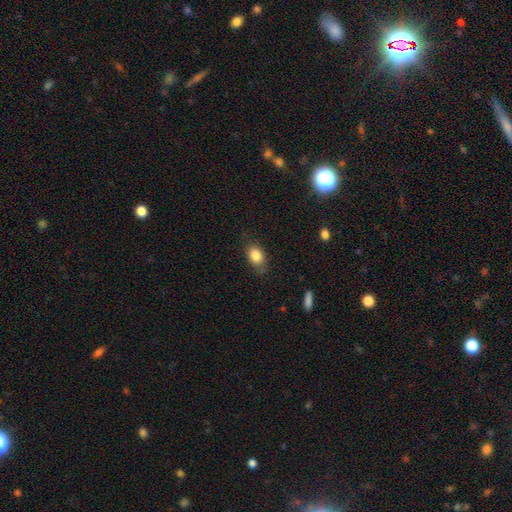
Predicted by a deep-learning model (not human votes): A smooth galaxy with no disk features (85%) that is in between round and cigar-shaped (78%).

Vote fractions:
- Smooth or featured? smooth: 85% / star or artifact: 8% / featured or disk: 7%
- How rounded? in between: 78% / round: 21% / cigar-shaped: 2%
- Merging? none: 76% / minor disturbance: 18% / major disturbance: 4% / merger: 1%